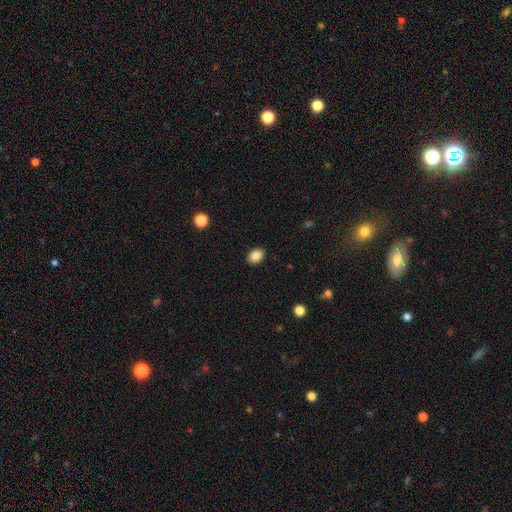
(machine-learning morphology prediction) A smooth galaxy with no disk features (85%) that is in between round and cigar-shaped (68%).

Vote fractions:
- Smooth or featured? smooth: 85% / star or artifact: 9% / featured or disk: 6%
- How rounded? in between: 68% / round: 31% / cigar-shaped: 1%
- Merging? none: 90% / minor disturbance: 7% / major disturbance: 2% / merger: 1%